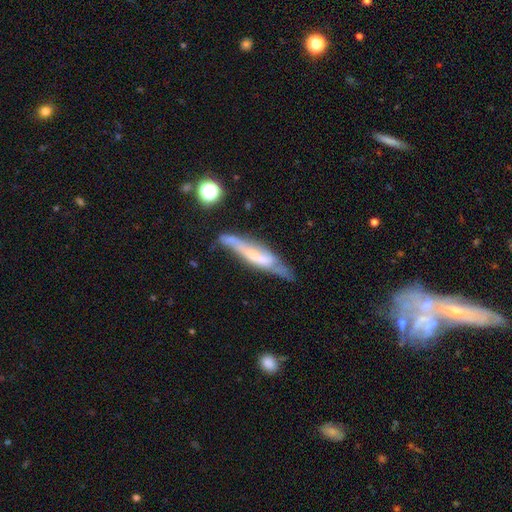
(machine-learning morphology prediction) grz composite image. It shows a featured or disk galaxy (66%) viewed edge-on (55%). Merging: none (53%).